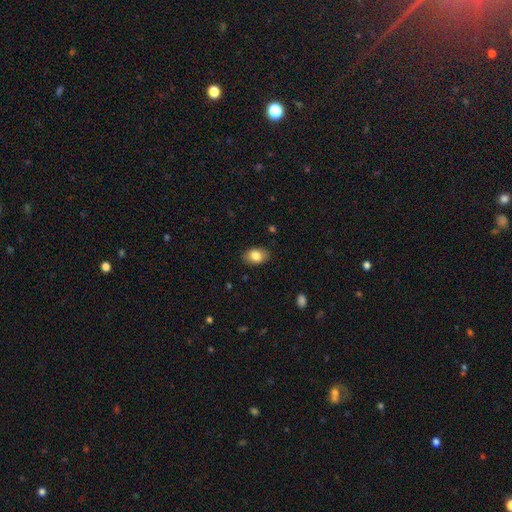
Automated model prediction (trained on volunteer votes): Smooth or featured: smooth — 83% (featured or disk — 9%)
How rounded: in between — 83% (round — 16%)
Merging: none — 85% (minor disturbance — 11%)